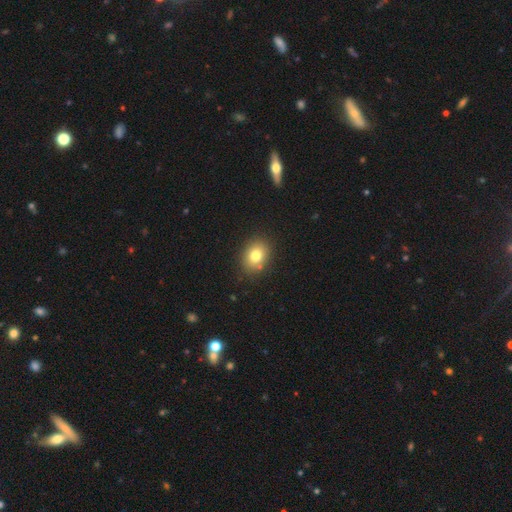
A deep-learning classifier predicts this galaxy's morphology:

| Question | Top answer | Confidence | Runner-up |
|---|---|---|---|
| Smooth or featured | smooth | 79% | star or artifact (10%) |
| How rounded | in between | 56% | round (43%) |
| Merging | none | 84% | minor disturbance (10%) |